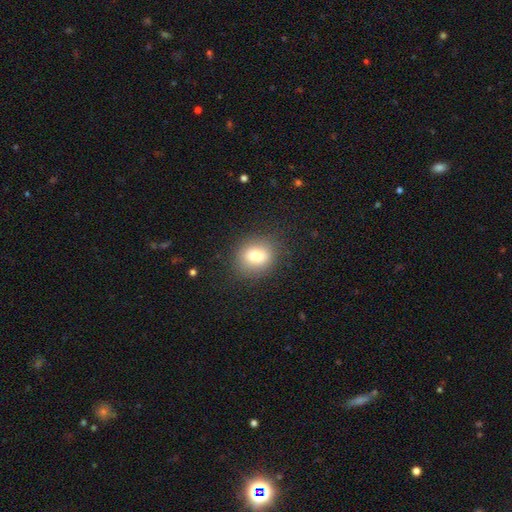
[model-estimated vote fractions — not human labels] smooth_or_featured: smooth (p=0.76) [alt: featured or disk p=0.13]
how_rounded: round (p=0.62) [alt: in between p=0.37]
merging: none (p=0.85) [alt: minor disturbance p=0.10]